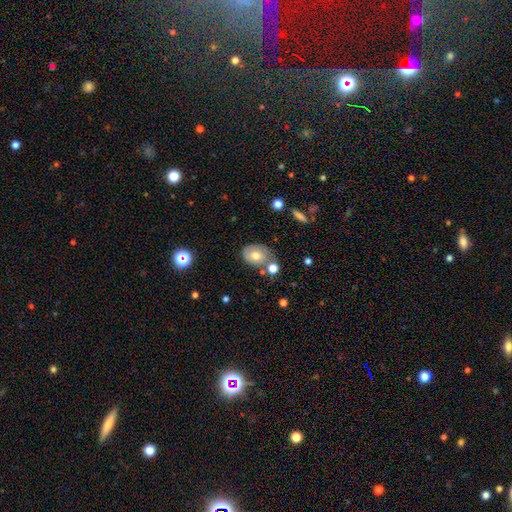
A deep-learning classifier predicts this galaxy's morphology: smooth_or_featured: smooth (p=0.66) [alt: featured or disk p=0.25]
how_rounded: in between (p=0.62) [alt: round p=0.37]
merging: none (p=0.58) [alt: minor disturbance p=0.21]